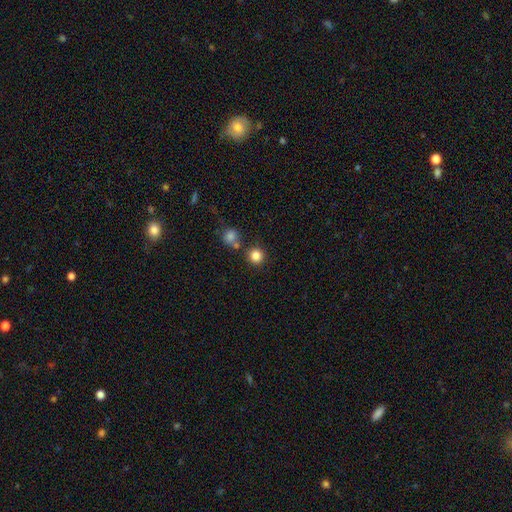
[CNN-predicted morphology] smooth-or-featured: smooth: 84% | star or artifact: 12% | featured or disk: 5%
  how-rounded: round: 93% | in between: 6% | cigar-shaped: 1%
  merging: none: 79% | merger: 10% | minor disturbance: 7% | major disturbance: 3%